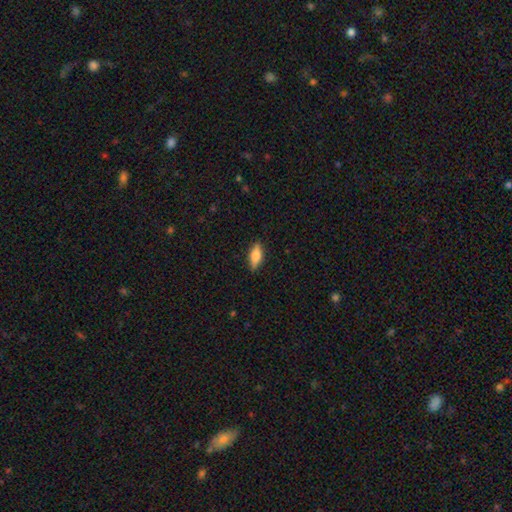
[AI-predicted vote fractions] This is likely a smooth galaxy (68%). How rounded: likely in between (68%). Merging: clearly none (87%).